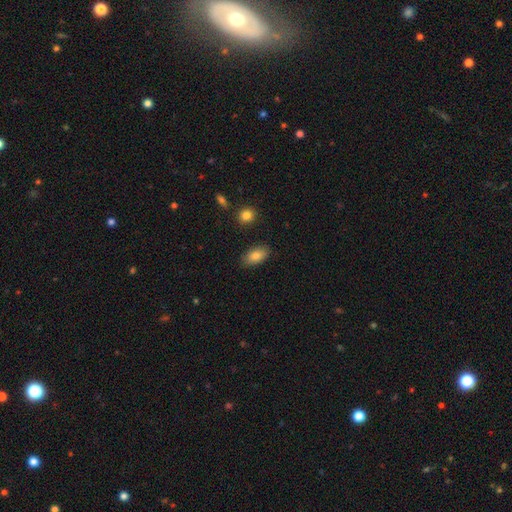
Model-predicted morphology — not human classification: A smooth galaxy with no disk features (83%) that is in between round and cigar-shaped (92%).

Vote fractions:
- Smooth or featured? smooth: 83% / featured or disk: 10% / star or artifact: 7%
- How rounded? in between: 92% / round: 4% / cigar-shaped: 3%
- Merging? none: 85% / minor disturbance: 11% / major disturbance: 2% / merger: 2%